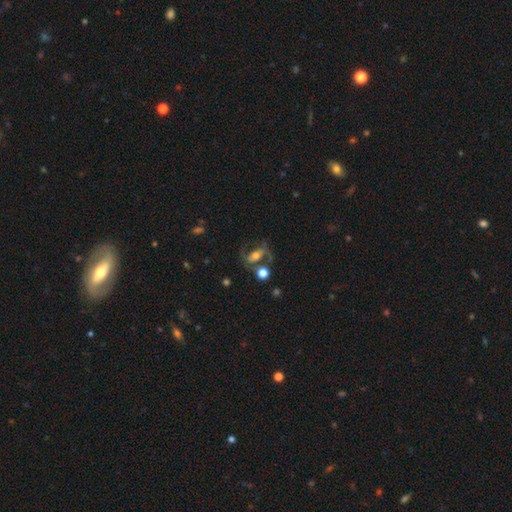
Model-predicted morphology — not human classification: Smooth or featured? featured or disk (66%)
Edge-on disk? no (91%)
Bar? strong (37%)
Spiral arms? yes (80%)
Bulge size? moderate (60%)
Merging? none (55%)